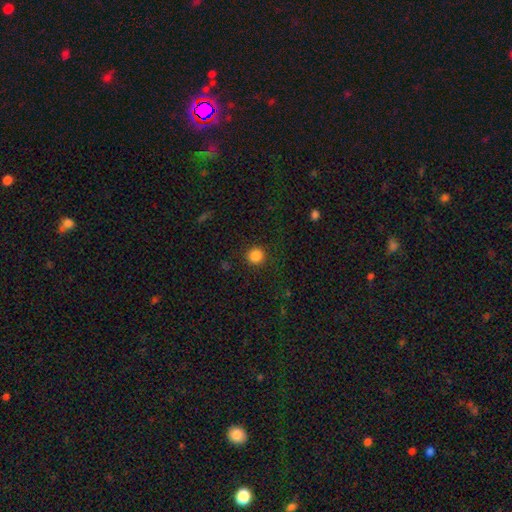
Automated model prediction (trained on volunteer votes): The model was most divided on "smooth or featured": smooth: 86%, star or artifact: 11%, featured or disk: 3%. More confident: how rounded — round (93%); merging — none (91%).